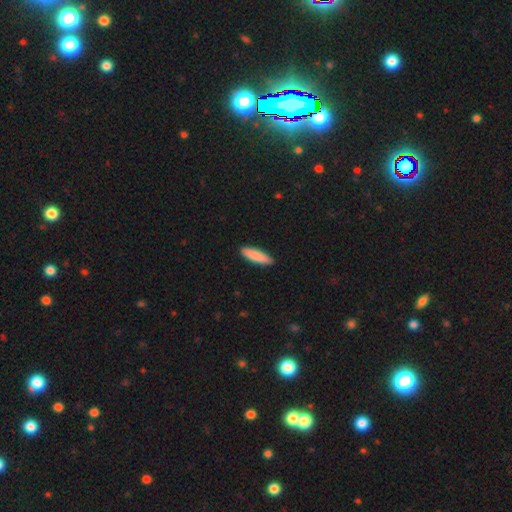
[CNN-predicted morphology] Smooth or featured? Predicted: smooth (p=0.87). How rounded? Predicted: cigar-shaped (p=0.69). Merging? Predicted: none (p=0.90).